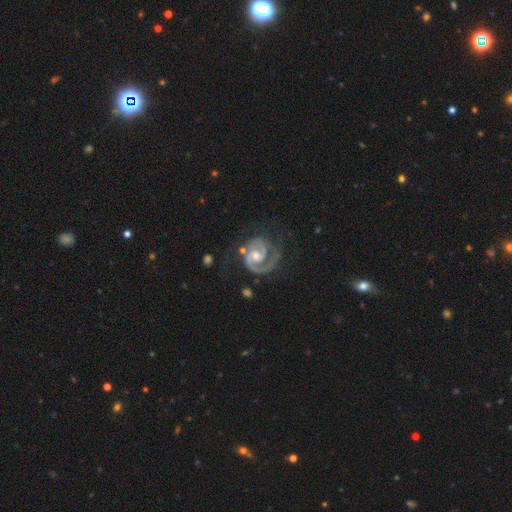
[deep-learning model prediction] Morphology: type=featured or disk (92%); edge-on=no (98%); bar=no (55%); spiral arms=yes (98%); winding=tight (54%); arm count=2 (72%); bulge=moderate (61%); merging=none (66%).